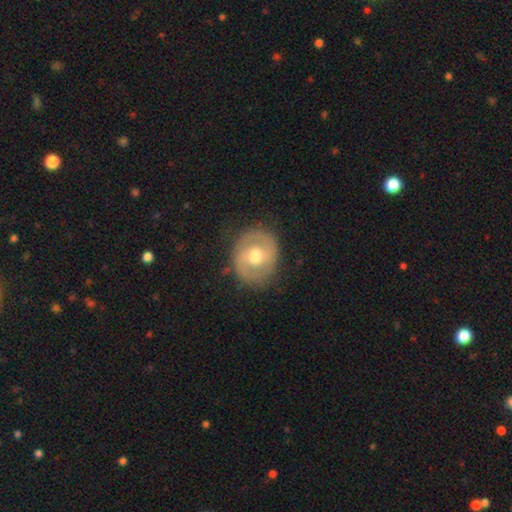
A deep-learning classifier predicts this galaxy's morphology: Smooth or featured?
  - featured or disk: 57% *
  - smooth: 36%
  - star or artifact: 6%
Edge-on disk?
  - no: 96% *
  - yes: 4%
Bar?
  - no: 45% *
  - weak: 39%
  - strong: 15%
Spiral arms?
  - yes: 51% *
  - no: 49%
Bulge size?
  - moderate: 78% *
  - small: 13%
  - large: 8%
  - none: 1%
  - dominant: 1%
Merging?
  - none: 81% *
  - minor disturbance: 14%
  - major disturbance: 4%
  - merger: 1%